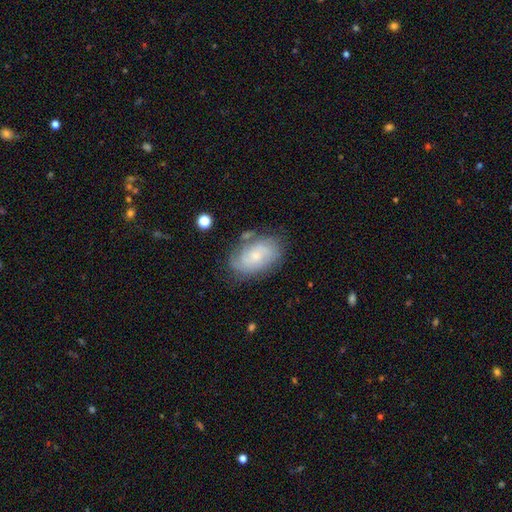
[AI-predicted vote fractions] Q: Smooth or featured?
A: featured or disk (62%); runner-up: smooth (31%)
Q: Edge-on disk?
A: no (96%); runner-up: yes (4%)
Q: Bar?
A: no (73%); runner-up: weak (24%)
Q: Spiral arms?
A: yes (85%); runner-up: no (15%)
Q: Spiral winding?
A: tight (50%); runner-up: medium (36%)
Q: Spiral arm count?
A: can't tell (40%); runner-up: 2 (34%)
Q: Bulge size?
A: small (64%); runner-up: moderate (29%)
Q: Merging?
A: none (67%); runner-up: minor disturbance (21%)